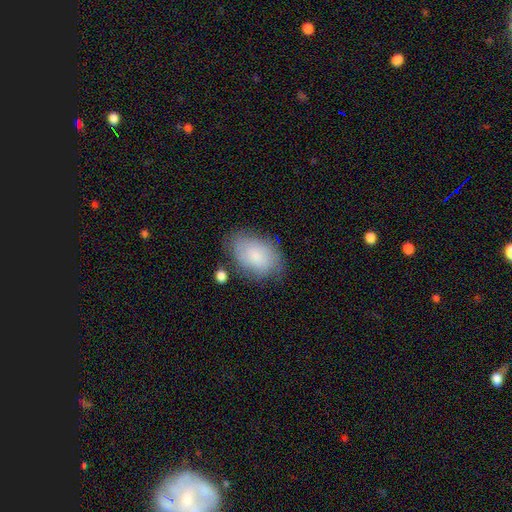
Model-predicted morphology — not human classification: Smooth or featured? smooth (73%)
How rounded? in between (89%)
Merging? none (66%)